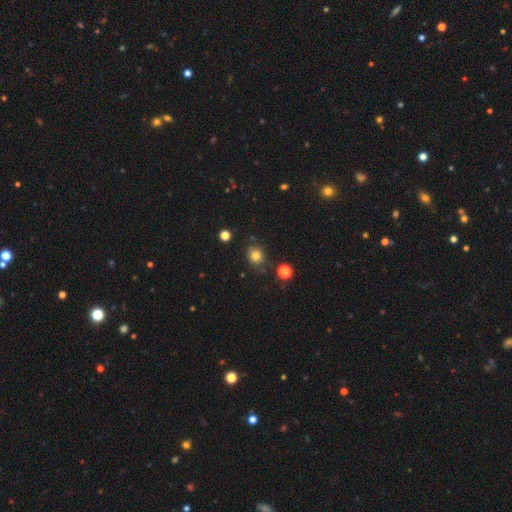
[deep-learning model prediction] A smooth galaxy with no disk features (79%) that is round (80%).

Vote fractions:
- Smooth or featured? smooth: 79% / star or artifact: 14% / featured or disk: 7%
- How rounded? round: 80% / in between: 19% / cigar-shaped: 1%
- Merging? none: 81% / minor disturbance: 12% / merger: 4% / major disturbance: 3%